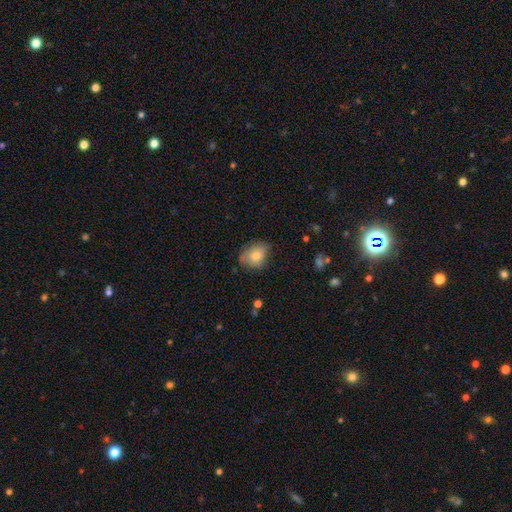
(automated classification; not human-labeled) Smooth or featured? smooth (78%)
How rounded? in between (57%)
Merging? none (65%)